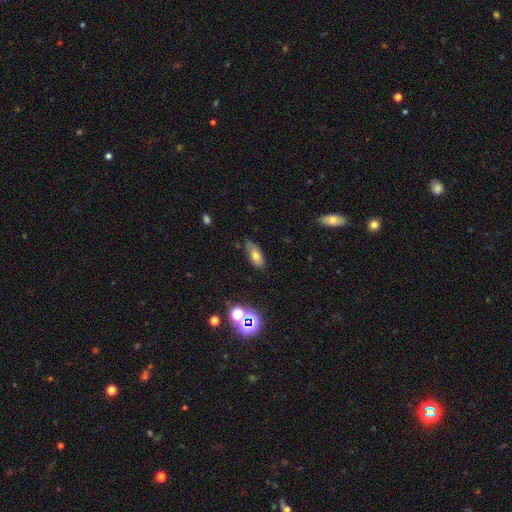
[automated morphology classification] smooth_or_featured: smooth (p=0.67) [alt: featured or disk p=0.20]
how_rounded: in between (p=0.84) [alt: cigar-shaped p=0.12]
merging: none (p=0.75) [alt: minor disturbance p=0.18]